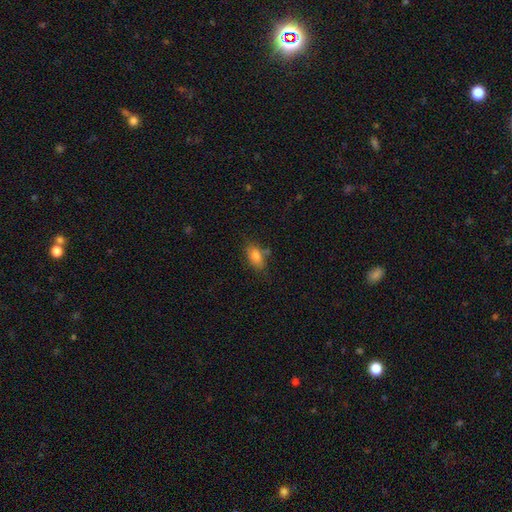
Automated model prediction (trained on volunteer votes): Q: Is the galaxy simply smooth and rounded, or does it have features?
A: smooth — 80%.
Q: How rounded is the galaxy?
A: in between — 85%.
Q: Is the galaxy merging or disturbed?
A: none — 69%.